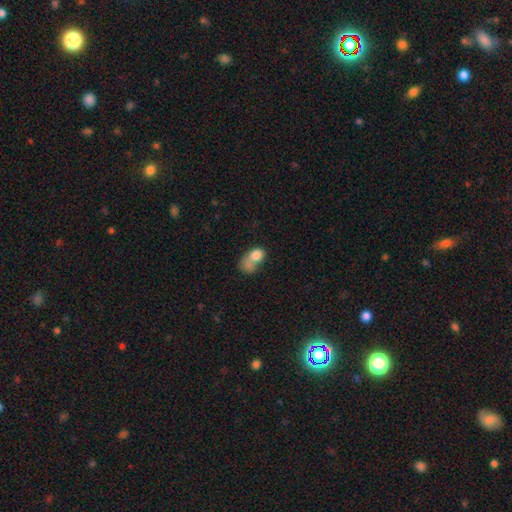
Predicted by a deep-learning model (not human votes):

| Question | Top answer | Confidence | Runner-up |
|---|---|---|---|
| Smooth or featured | smooth | 74% | featured or disk (16%) |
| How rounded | in between | 65% | round (33%) |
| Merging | merger | 56% | none (17%) |